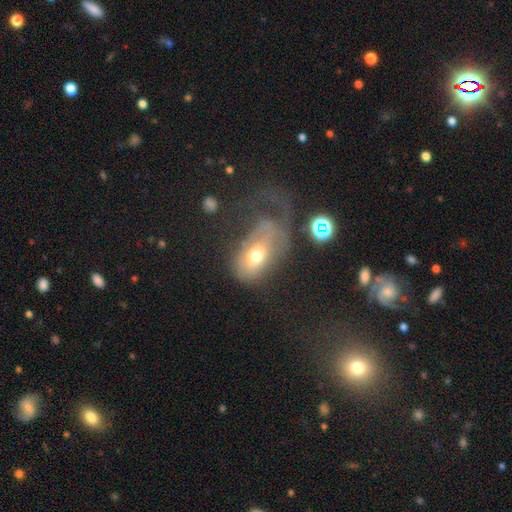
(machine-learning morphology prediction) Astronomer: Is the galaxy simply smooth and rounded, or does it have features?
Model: smooth — 52% (runner-up: featured or disk, 37%).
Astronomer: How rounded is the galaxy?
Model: in between — 81%.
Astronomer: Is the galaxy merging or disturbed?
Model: major disturbance — 61%.